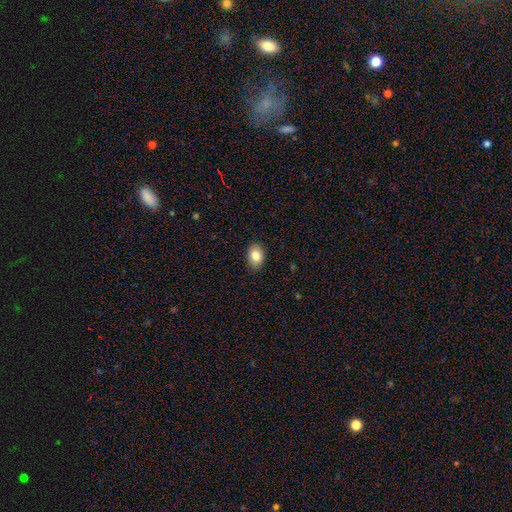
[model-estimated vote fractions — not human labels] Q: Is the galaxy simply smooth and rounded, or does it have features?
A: smooth — 84%.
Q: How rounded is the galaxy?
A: in between — 82%.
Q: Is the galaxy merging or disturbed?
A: none — 88%.